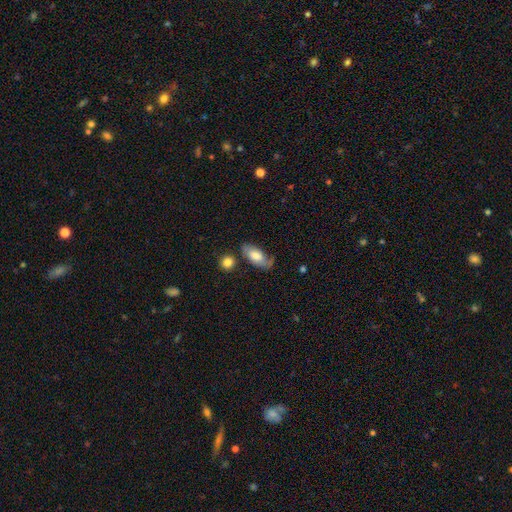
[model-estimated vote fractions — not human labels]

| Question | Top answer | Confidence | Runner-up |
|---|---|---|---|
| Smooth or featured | smooth | 57% | featured or disk (37%) |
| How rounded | in between | 88% | cigar-shaped (8%) |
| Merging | none | 53% | minor disturbance (27%) |